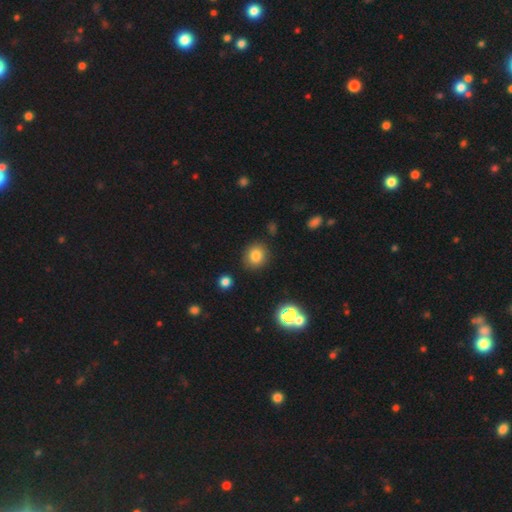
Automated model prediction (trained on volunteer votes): Smooth or featured: smooth — 81% (star or artifact — 12%)
How rounded: round — 79% (in between — 20%)
Merging: none — 87% (minor disturbance — 8%)